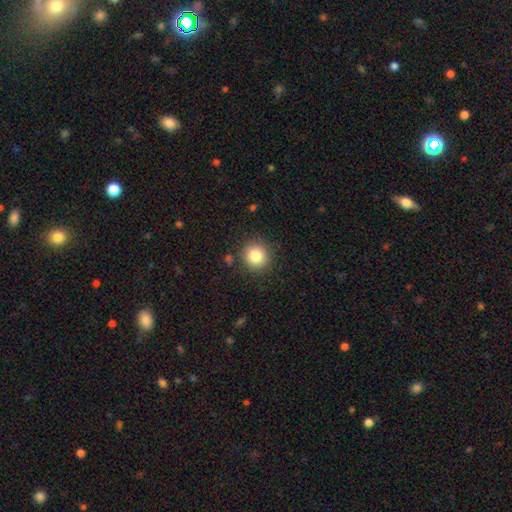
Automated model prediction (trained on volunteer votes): Overall: smooth (83%). How rounded: round (92%). Merging: none (88%).